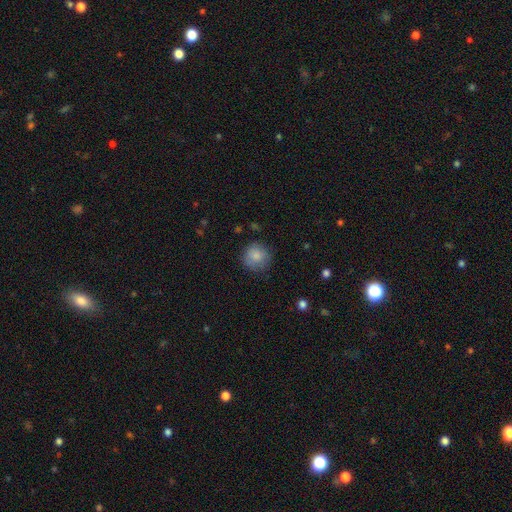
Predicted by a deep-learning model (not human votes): Q: Smooth or featured?
A: smooth (85%); runner-up: star or artifact (8%)
Q: How rounded?
A: round (92%); runner-up: in between (7%)
Q: Merging?
A: none (80%); runner-up: minor disturbance (15%)